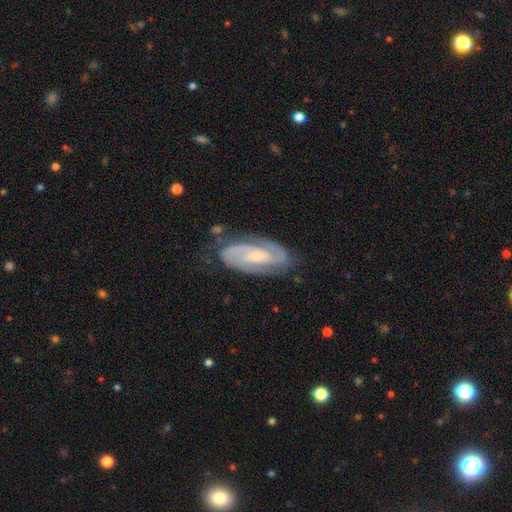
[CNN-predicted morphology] Smooth or featured? Predicted: featured or disk (p=0.88). Edge-on disk? Predicted: no (p=0.95). Bar? Predicted: no (p=0.41). Spiral arms? Predicted: yes (p=0.98). Spiral winding? Predicted: tight (p=0.56). Spiral arm count? Predicted: 2 (p=0.80). Bulge size? Predicted: small (p=0.62). Merging? Predicted: none (p=0.77).